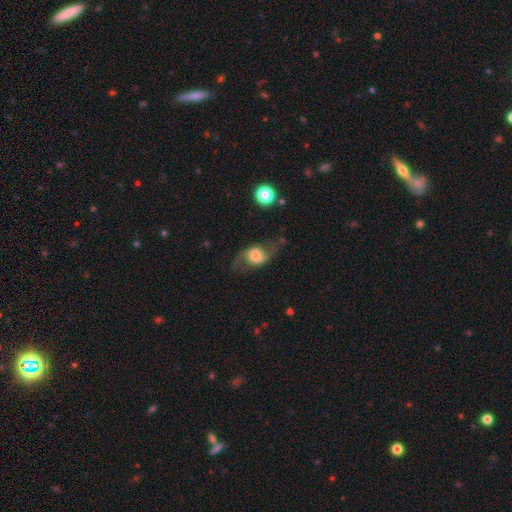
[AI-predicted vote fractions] smooth_or_featured: featured or disk (p=0.66) [alt: smooth p=0.26]
disk_edge_on: no (p=0.94) [alt: yes p=0.06]
bar: no (p=0.56) [alt: weak p=0.35]
has_spiral_arms: yes (p=0.91) [alt: no p=0.09]
spiral_winding: loose (p=0.71) [alt: medium p=0.24]
spiral_arm_count: 2 (p=0.92) [alt: can't tell p=0.03]
bulge_size: large (p=0.41) [alt: moderate p=0.24]
merging: none (p=0.66) [alt: minor disturbance p=0.18]